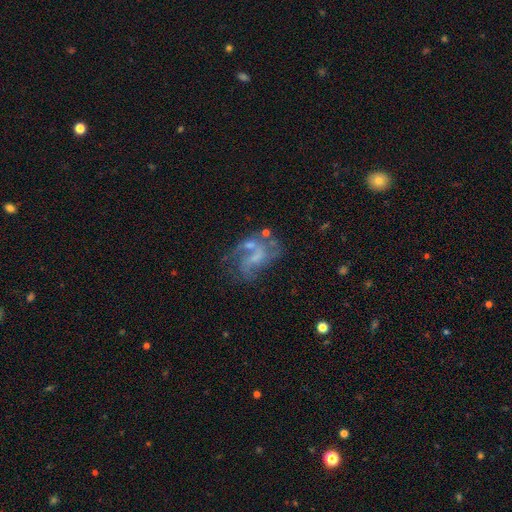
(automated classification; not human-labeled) The model was most divided on "bulge size": none: 40%, small: 36%, moderate: 21%, large: 3%, dominant: 1%. Remaining: edge-on disk — no (97%); spiral arms — yes (76%); smooth or featured — featured or disk (73%); bar — no (47%); spiral winding — loose (46%); spiral arm count — 2 (44%); merging — none (38%).